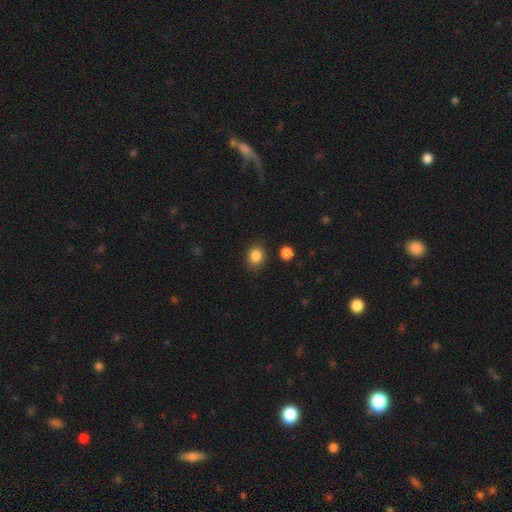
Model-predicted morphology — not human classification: Smooth or featured? smooth (86%)
How rounded? round (58%)
Merging? none (83%)